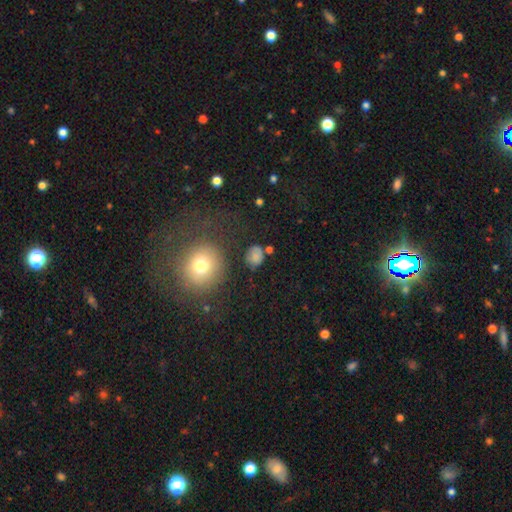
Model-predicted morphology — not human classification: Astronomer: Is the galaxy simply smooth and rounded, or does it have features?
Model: smooth — 74%.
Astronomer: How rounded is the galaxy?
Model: round — 59% (runner-up: in between, 39%).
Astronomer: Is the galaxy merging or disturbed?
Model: none — 71%.